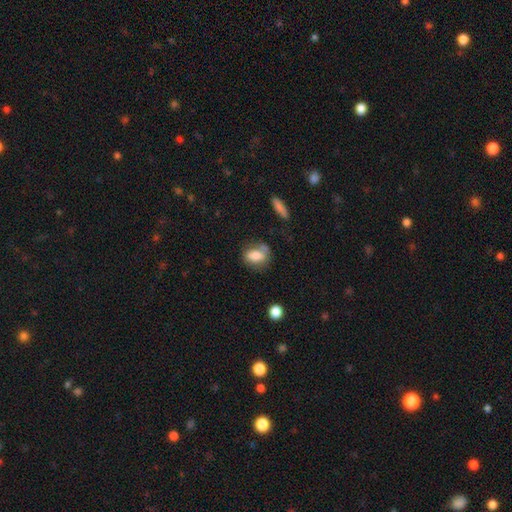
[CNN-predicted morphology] A smooth galaxy with no disk features (74%) that is in between round and cigar-shaped (74%).

Vote fractions:
- Smooth or featured? smooth: 74% / featured or disk: 18% / star or artifact: 8%
- How rounded? in between: 74% / round: 24% / cigar-shaped: 2%
- Merging? none: 52% / minor disturbance: 24% / merger: 12% / major disturbance: 12%